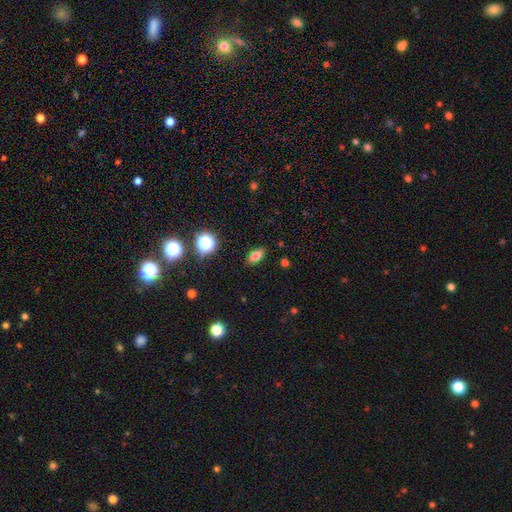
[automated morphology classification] smooth_or_featured: smooth (p=0.75) [alt: star or artifact p=0.13]
how_rounded: in between (p=0.82) [alt: round p=0.09]
merging: none (p=0.88) [alt: minor disturbance p=0.09]